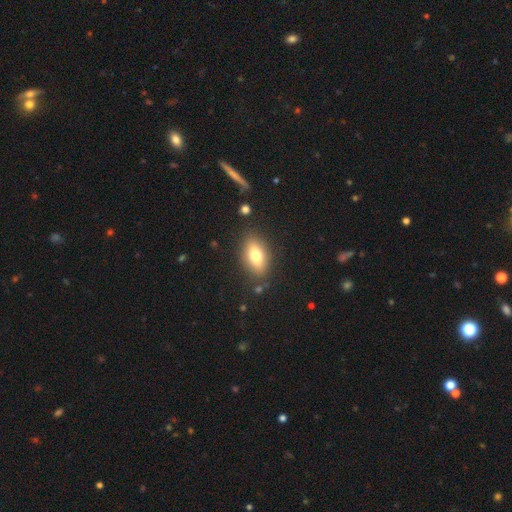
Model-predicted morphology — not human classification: smooth_or_featured: smooth (p=0.73) [alt: featured or disk p=0.18]
how_rounded: in between (p=0.85) [alt: round p=0.08]
merging: none (p=0.84) [alt: minor disturbance p=0.10]